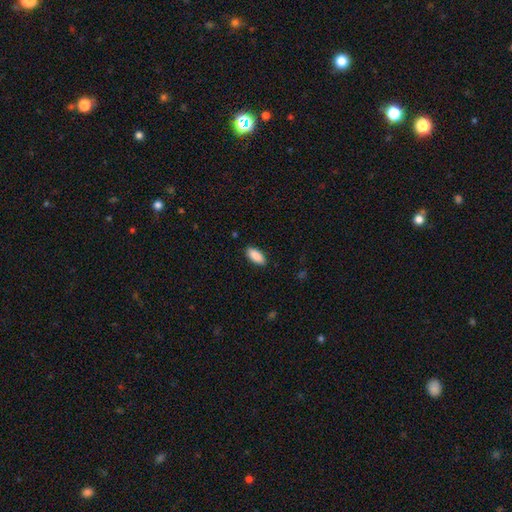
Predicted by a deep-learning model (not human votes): smooth_or_featured: smooth (p=0.90) [alt: star or artifact p=0.06]
how_rounded: in between (p=0.88) [alt: cigar-shaped p=0.10]
merging: none (p=0.89) [alt: minor disturbance p=0.08]